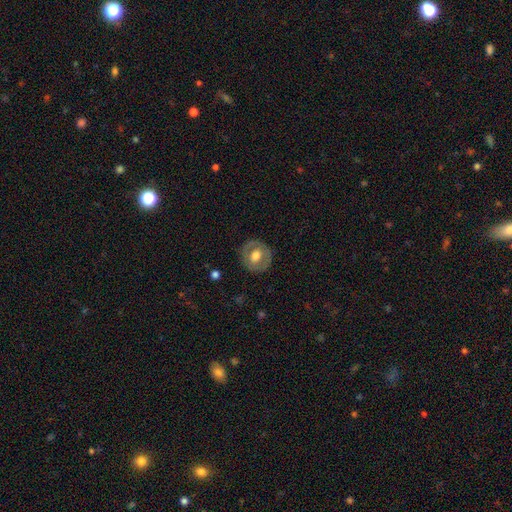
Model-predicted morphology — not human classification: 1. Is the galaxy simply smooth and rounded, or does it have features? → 48% smooth, 45% featured or disk, 6% star or artifact.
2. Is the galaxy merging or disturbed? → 85% none, 11% minor disturbance, 4% major disturbance, 1% merger.